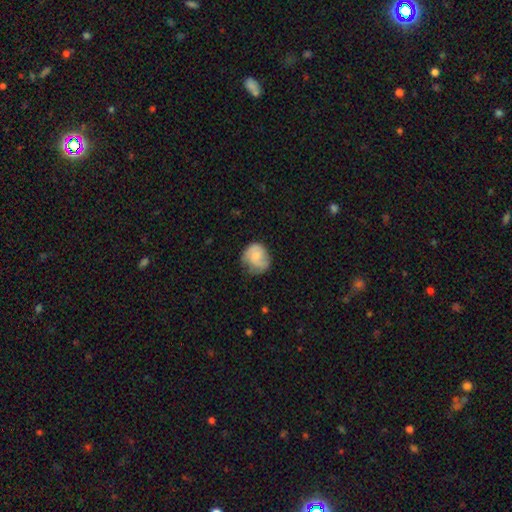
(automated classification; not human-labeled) Overall: smooth (51%; featured or disk 41%). How rounded: round (77%). Merging: none (57%; minor disturbance 29%).